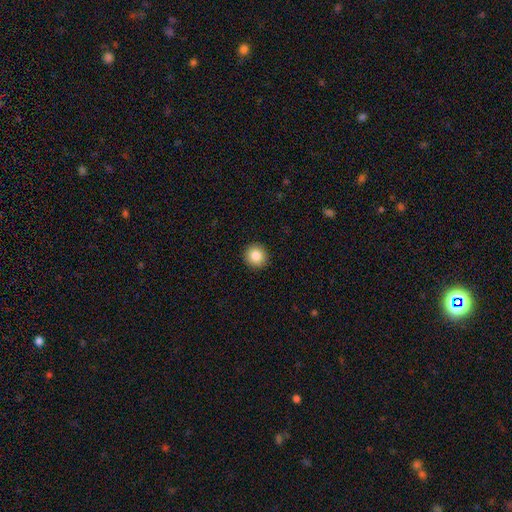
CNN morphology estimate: This is clearly a smooth galaxy (85%). How rounded: clearly round (91%). Merging: clearly none (92%).